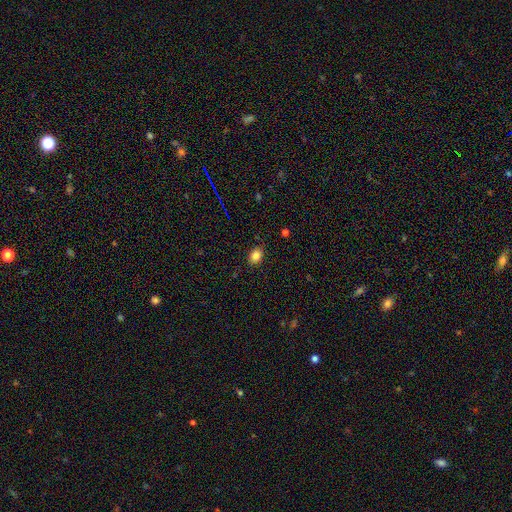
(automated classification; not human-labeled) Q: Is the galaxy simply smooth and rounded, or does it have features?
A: smooth — 84%.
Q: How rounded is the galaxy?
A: in between — 65%.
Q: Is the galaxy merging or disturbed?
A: none — 84%.